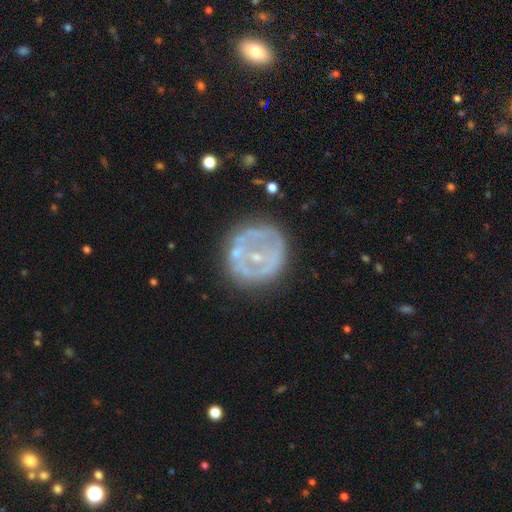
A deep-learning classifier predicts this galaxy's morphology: This appears to be a featured or disk galaxy (63%) with no bar (70%), no spiral arms (77%) and a small central bulge (70%). Merging: none (67%).